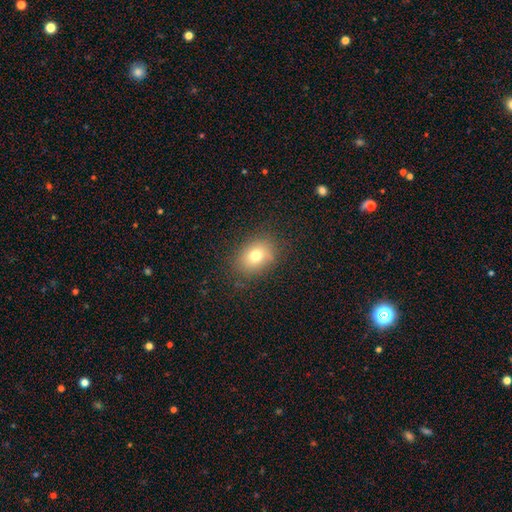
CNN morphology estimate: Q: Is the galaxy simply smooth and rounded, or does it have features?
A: smooth — 75%.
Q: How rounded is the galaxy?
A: in between — 63%.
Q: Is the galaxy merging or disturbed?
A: none — 83%.